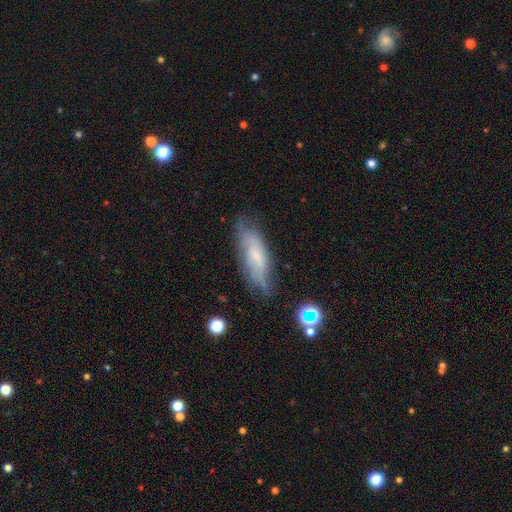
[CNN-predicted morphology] Smooth or featured? smooth (53%)
How rounded? in between (56%)
Merging? none (59%)